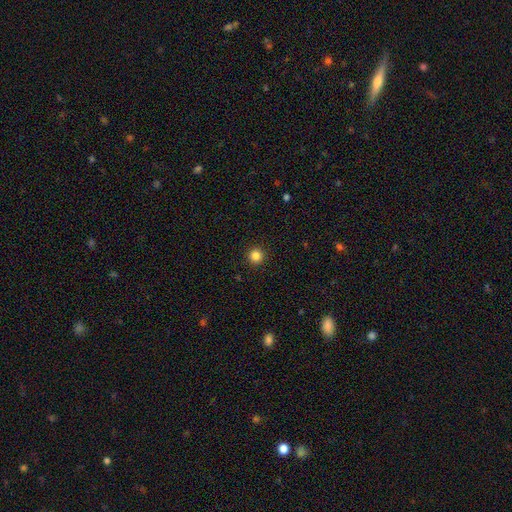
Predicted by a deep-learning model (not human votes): smooth 84%, star or artifact 12%, featured or disk 4%. Down the decision tree: how rounded — round (96%); merging — none (93%).